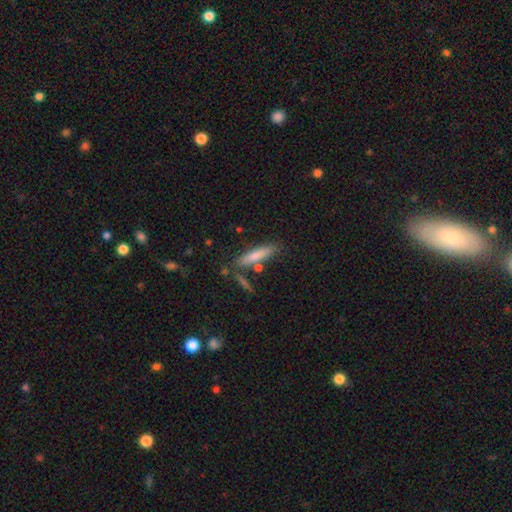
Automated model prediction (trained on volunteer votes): Smooth or featured: smooth — 73% (featured or disk — 20%)
How rounded: cigar-shaped — 81% (in between — 17%)
Merging: none — 73% (minor disturbance — 13%)